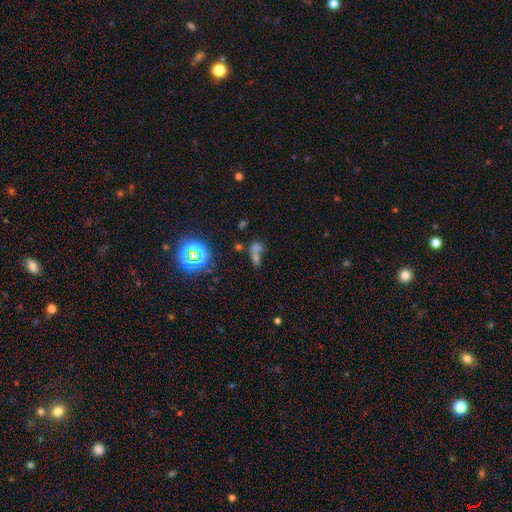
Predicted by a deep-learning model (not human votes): smooth_or_featured: smooth (p=0.49) [alt: star or artifact p=0.36]
merging: merger (p=0.54) [alt: none p=0.31]